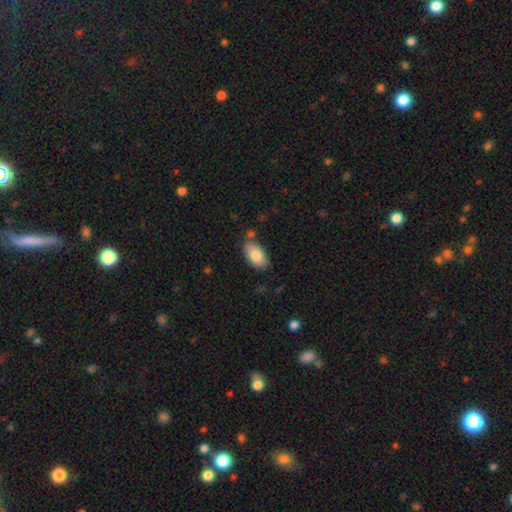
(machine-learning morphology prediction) Smooth or featured? Predicted: smooth (p=0.82). How rounded? Predicted: in between (p=0.94). Merging? Predicted: none (p=0.76).